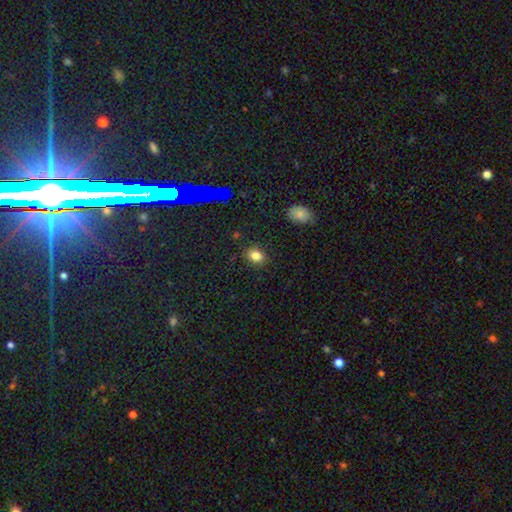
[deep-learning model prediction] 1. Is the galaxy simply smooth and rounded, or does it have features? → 81% smooth, 14% star or artifact, 6% featured or disk.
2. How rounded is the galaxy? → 59% in between, 40% round, 1% cigar-shaped.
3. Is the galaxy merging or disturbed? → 86% none, 10% minor disturbance, 3% major disturbance, 1% merger.